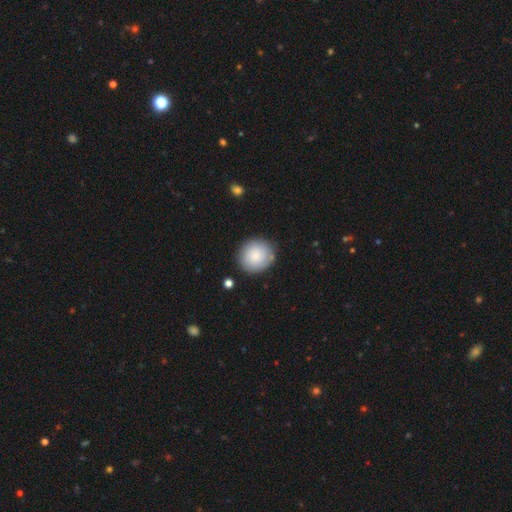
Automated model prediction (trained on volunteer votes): smooth-or-featured: smooth: 78% | featured or disk: 15% | star or artifact: 7%
  how-rounded: round: 87% | in between: 12% | cigar-shaped: 1%
  merging: none: 84% | minor disturbance: 11% | major disturbance: 3% | merger: 2%